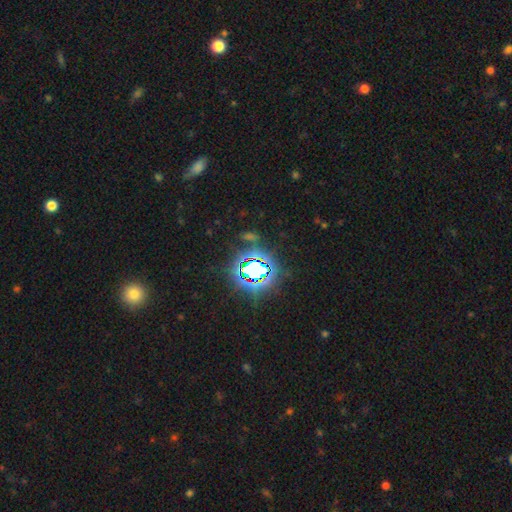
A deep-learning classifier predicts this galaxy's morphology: Smooth or featured? star or artifact (80%)